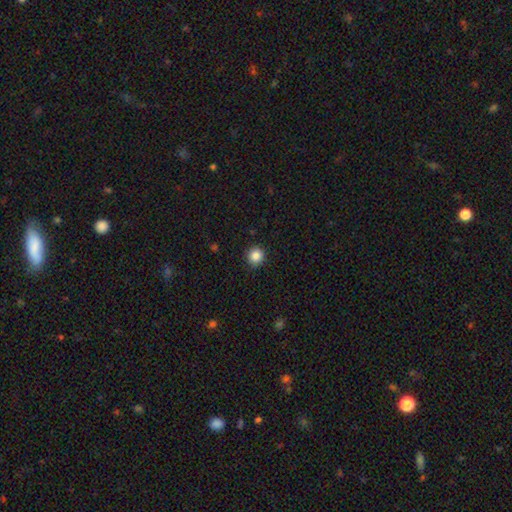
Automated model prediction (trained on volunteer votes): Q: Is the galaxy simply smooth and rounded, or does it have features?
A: smooth — 86%.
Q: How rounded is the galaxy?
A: round — 92%.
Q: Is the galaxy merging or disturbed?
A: none — 90%.